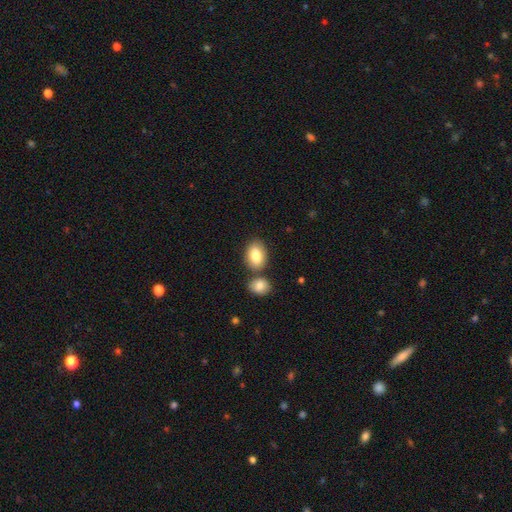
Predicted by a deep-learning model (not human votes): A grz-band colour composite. It shows a smooth galaxy with no disk features (84%) that is in between round and cigar-shaped (84%). Merging: none (64%).